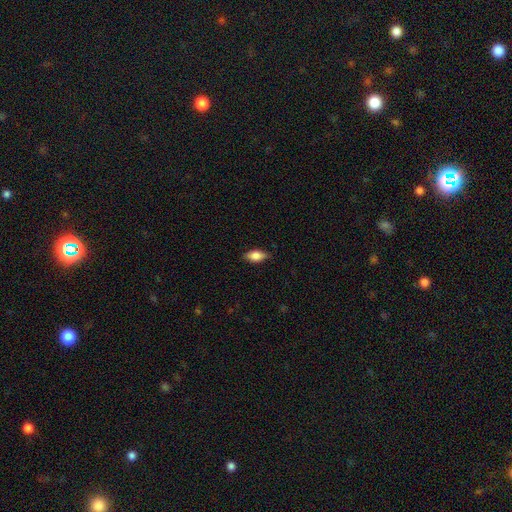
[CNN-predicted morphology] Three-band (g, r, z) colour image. It shows a smooth galaxy with no disk features (79%) that is in between round and cigar-shaped (87%). Merging: none (84%).